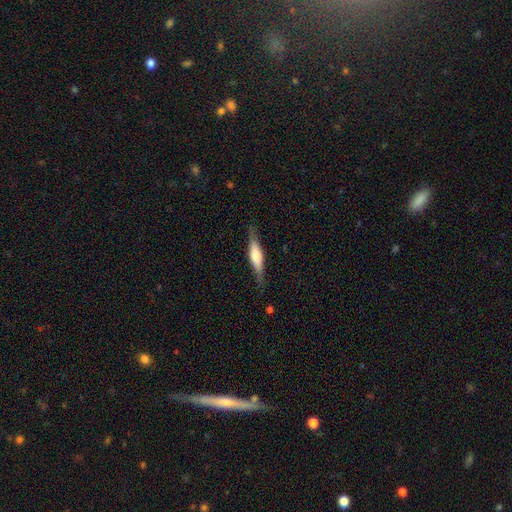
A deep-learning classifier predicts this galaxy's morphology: This is possibly a featured or disk galaxy (49%). Merging: clearly none (83%).